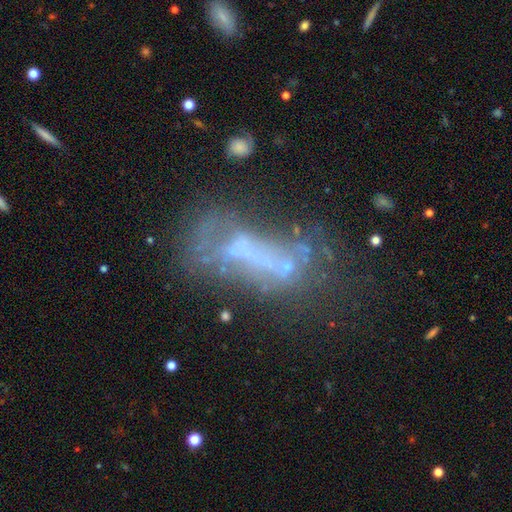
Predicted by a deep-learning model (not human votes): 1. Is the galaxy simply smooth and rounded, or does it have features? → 55% featured or disk, 26% smooth, 19% star or artifact.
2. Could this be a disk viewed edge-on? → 89% no, 11% yes.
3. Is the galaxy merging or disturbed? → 34% major disturbance, 28% none, 19% merger, 18% minor disturbance.